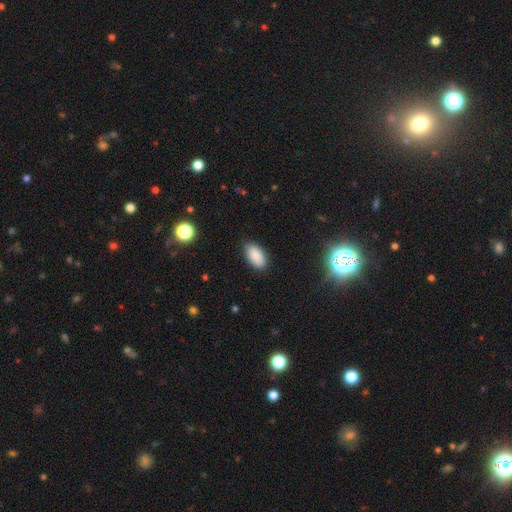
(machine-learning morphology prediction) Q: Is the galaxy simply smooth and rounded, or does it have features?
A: smooth — 88%.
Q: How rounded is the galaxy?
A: in between — 94%.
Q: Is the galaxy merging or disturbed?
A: none — 85%.